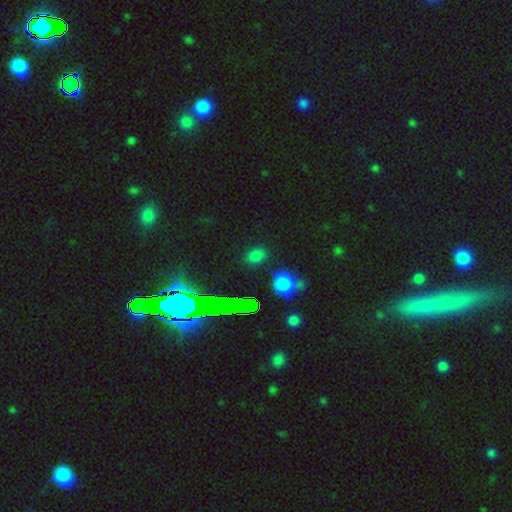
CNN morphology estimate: type=smooth (61%); roundness=round (63%); merging=none (83%).